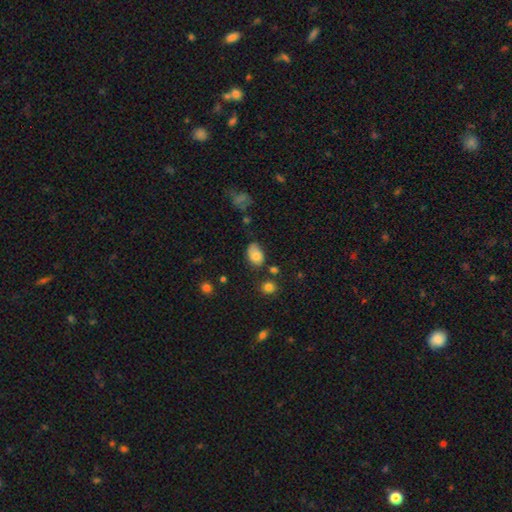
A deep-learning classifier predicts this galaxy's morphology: A smooth galaxy with no disk features (76%) that is in between round and cigar-shaped (85%).

Vote fractions:
- Smooth or featured? smooth: 76% / featured or disk: 14% / star or artifact: 10%
- How rounded? in between: 85% / round: 14% / cigar-shaped: 1%
- Merging? none: 55% / minor disturbance: 31% / major disturbance: 9% / merger: 5%